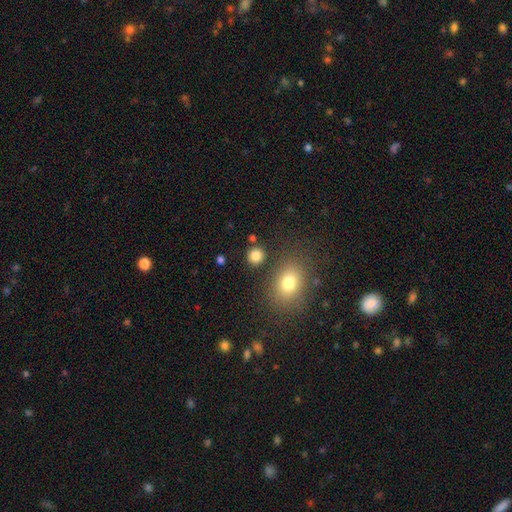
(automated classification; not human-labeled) Q: Smooth or featured?
A: smooth (83%); runner-up: star or artifact (12%)
Q: How rounded?
A: round (84%); runner-up: in between (15%)
Q: Merging?
A: none (84%); runner-up: minor disturbance (7%)